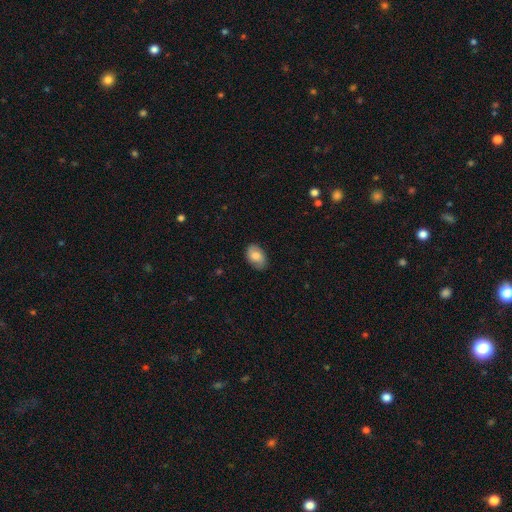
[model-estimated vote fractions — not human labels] Morphology: type=smooth (79%); roundness=in between (89%); merging=none (82%).